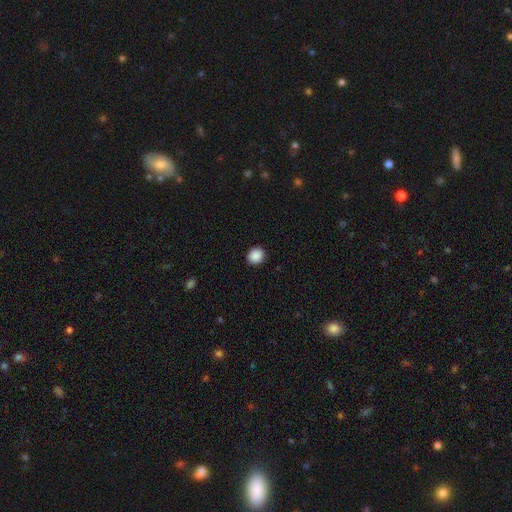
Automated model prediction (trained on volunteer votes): The model was most divided on "how rounded": round: 79%, in between: 20%, cigar-shaped: 1%. More confident: merging — none (92%); smooth or featured — smooth (89%).